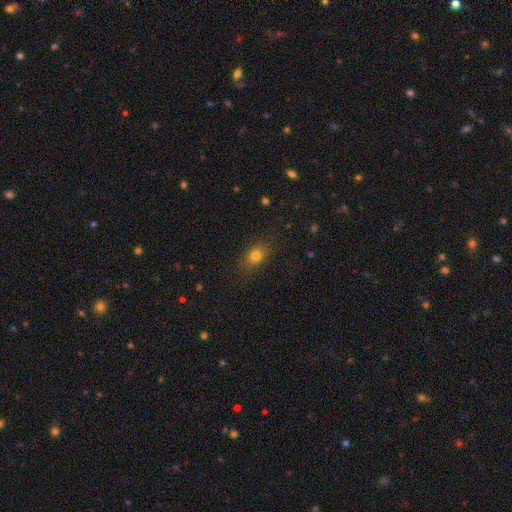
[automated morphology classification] Smooth or featured? smooth (77%)
How rounded? in between (60%)
Merging? none (80%)